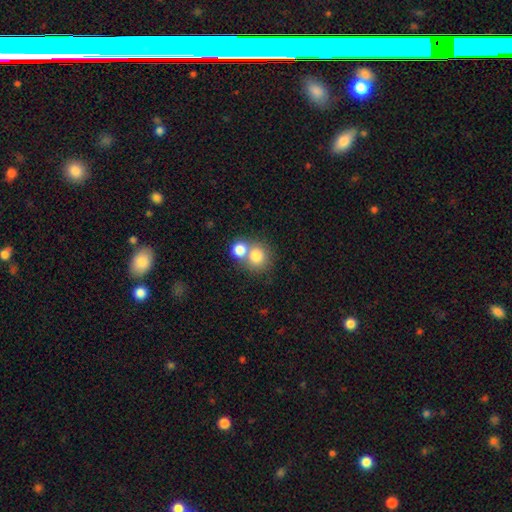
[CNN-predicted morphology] This is likely a smooth galaxy (78%). How rounded: clearly round (84%). Merging: possibly merger (47%).